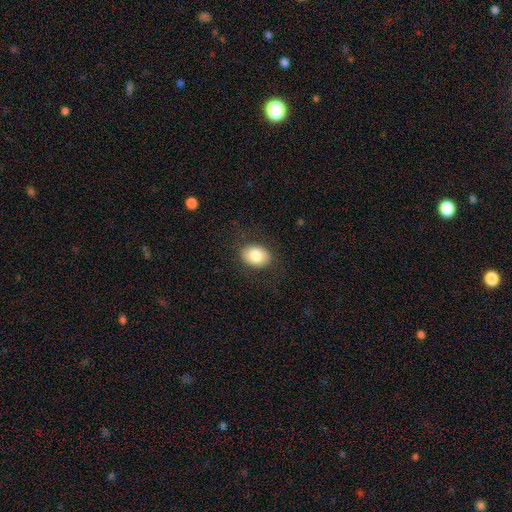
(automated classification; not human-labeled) Smooth or featured?
  - smooth: 81% *
  - featured or disk: 11%
  - star or artifact: 7%
How rounded?
  - in between: 68% *
  - round: 31%
  - cigar-shaped: 1%
Merging?
  - none: 84% *
  - minor disturbance: 11%
  - major disturbance: 5%
  - merger: 1%